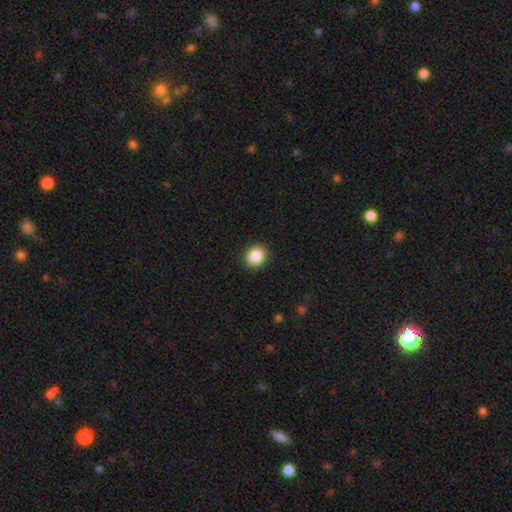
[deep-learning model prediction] Morphology: type=smooth (88%); roundness=round (65%); merging=none (90%).